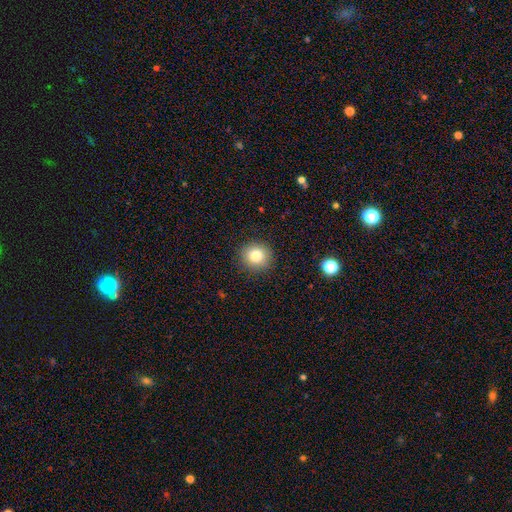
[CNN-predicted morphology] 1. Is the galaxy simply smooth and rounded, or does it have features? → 80% smooth, 12% star or artifact, 8% featured or disk.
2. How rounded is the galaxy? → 91% round, 8% in between, 1% cigar-shaped.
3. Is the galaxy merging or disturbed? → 91% none, 6% minor disturbance, 2% major disturbance, 1% merger.